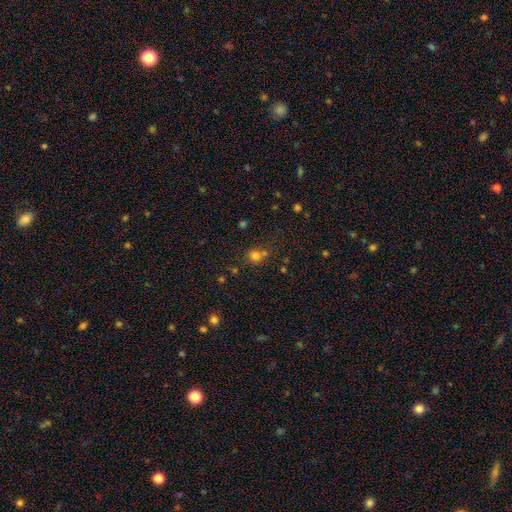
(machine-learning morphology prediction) This is likely a smooth galaxy (75%). How rounded: clearly round (84%). Merging: possibly none (58%).